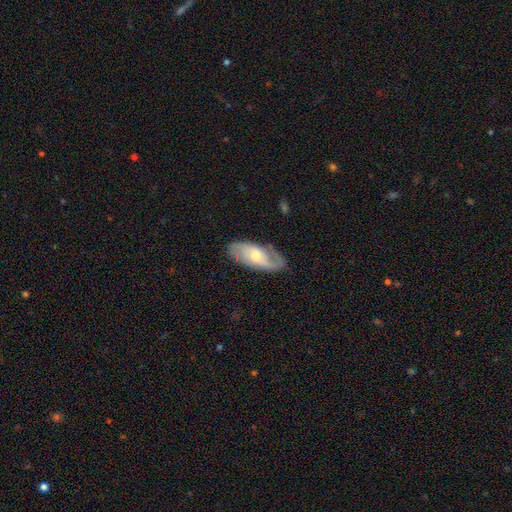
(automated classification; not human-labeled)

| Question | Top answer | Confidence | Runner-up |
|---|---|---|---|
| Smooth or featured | featured or disk | 66% | smooth (28%) |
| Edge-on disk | no | 88% | yes (12%) |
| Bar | no | 55% | weak (35%) |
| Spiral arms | yes | 84% | no (16%) |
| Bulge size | moderate | 53% | small (41%) |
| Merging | none | 75% | minor disturbance (18%) |